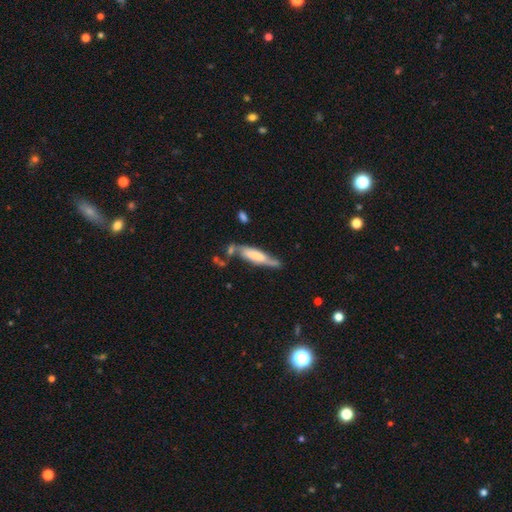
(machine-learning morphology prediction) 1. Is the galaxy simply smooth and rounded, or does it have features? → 54% smooth, 39% featured or disk, 6% star or artifact.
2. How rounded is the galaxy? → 71% cigar-shaped, 27% in between, 2% round.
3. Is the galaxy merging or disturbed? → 49% none, 28% minor disturbance, 13% merger, 10% major disturbance.